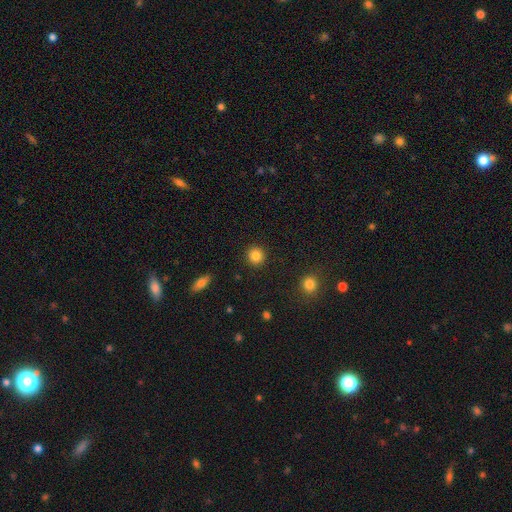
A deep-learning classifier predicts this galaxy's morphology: This appears to be a smooth galaxy with no disk features (86%) that is round (93%). Merging: none (92%).